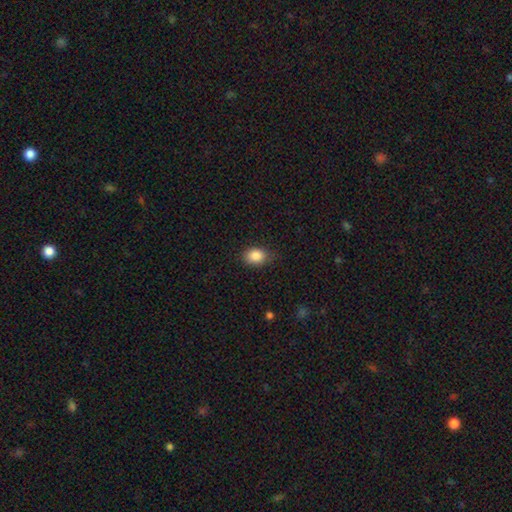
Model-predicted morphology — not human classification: Q: Smooth or featured?
A: smooth (87%); runner-up: star or artifact (9%)
Q: How rounded?
A: in between (62%); runner-up: round (37%)
Q: Merging?
A: none (77%); runner-up: minor disturbance (18%)